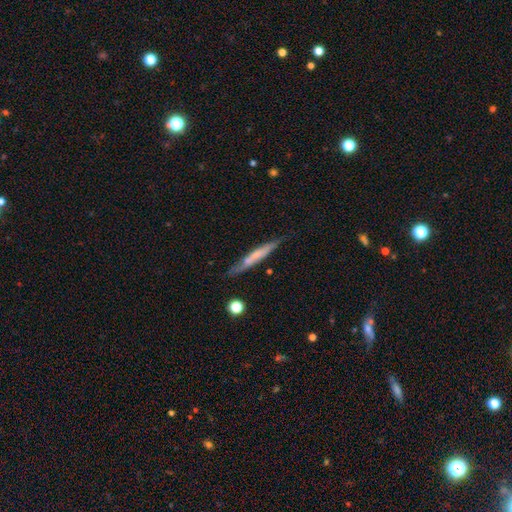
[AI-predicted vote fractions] smooth_or_featured: smooth (p=0.48) [alt: featured or disk p=0.45]
merging: none (p=0.74) [alt: minor disturbance p=0.18]